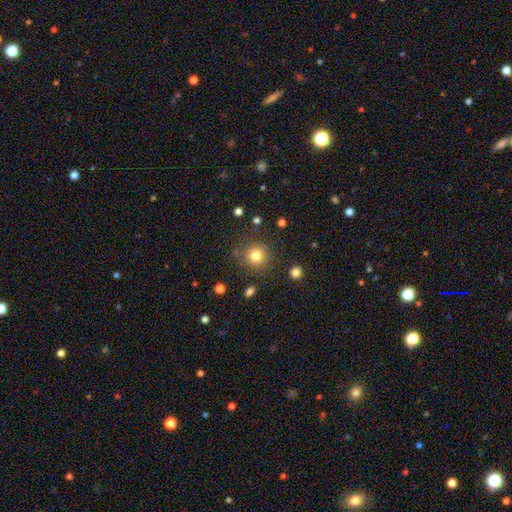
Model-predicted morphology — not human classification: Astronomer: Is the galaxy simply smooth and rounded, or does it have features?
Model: smooth — 81%.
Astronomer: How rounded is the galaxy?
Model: round — 93%.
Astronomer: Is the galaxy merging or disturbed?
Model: none — 84%.